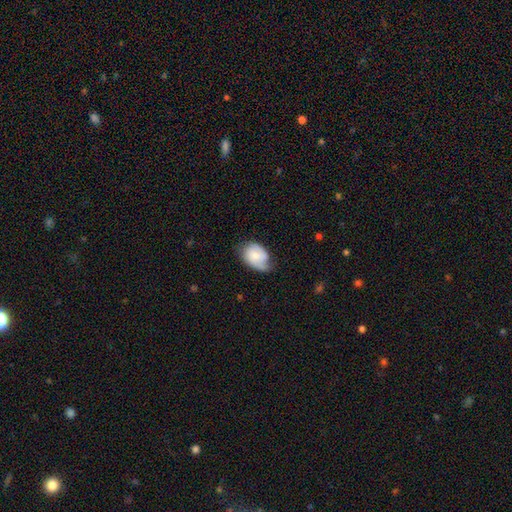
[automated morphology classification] A smooth galaxy with no disk features (55%) that is in between round and cigar-shaped (74%).

Vote fractions:
- Smooth or featured? smooth: 55% / featured or disk: 38% / star or artifact: 7%
- How rounded? in between: 74% / round: 25% / cigar-shaped: 1%
- Merging? none: 44% / minor disturbance: 39% / major disturbance: 14% / merger: 2%